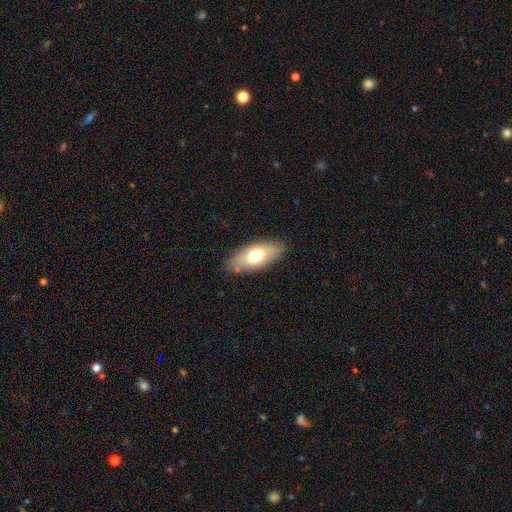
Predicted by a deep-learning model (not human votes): A smooth galaxy with no disk features (68%) that is in between round and cigar-shaped (84%). Merging: none (83%).